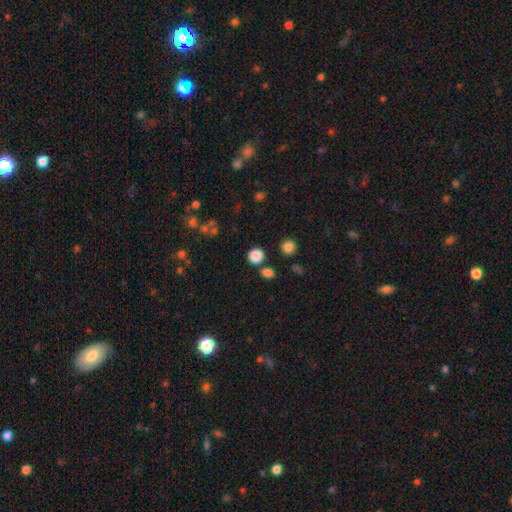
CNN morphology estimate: Q: Smooth or featured?
A: smooth (84%); runner-up: star or artifact (12%)
Q: How rounded?
A: round (89%); runner-up: in between (10%)
Q: Merging?
A: none (79%); runner-up: merger (10%)